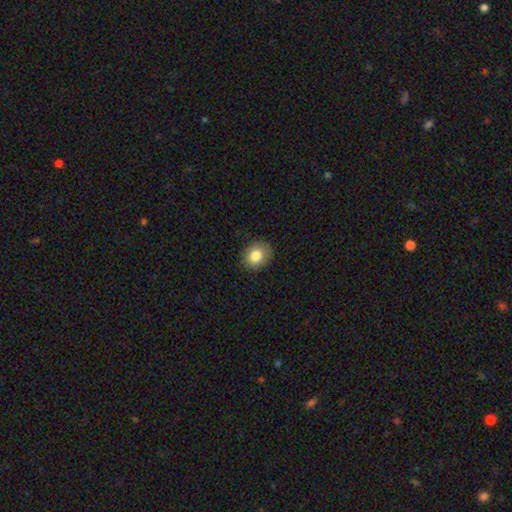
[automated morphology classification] A smooth galaxy with no disk features (83%) that is round (66%).

Vote fractions:
- Smooth or featured? smooth: 83% / star or artifact: 9% / featured or disk: 8%
- How rounded? round: 66% / in between: 33% / cigar-shaped: 1%
- Merging? none: 87% / minor disturbance: 9% / major disturbance: 2% / merger: 1%